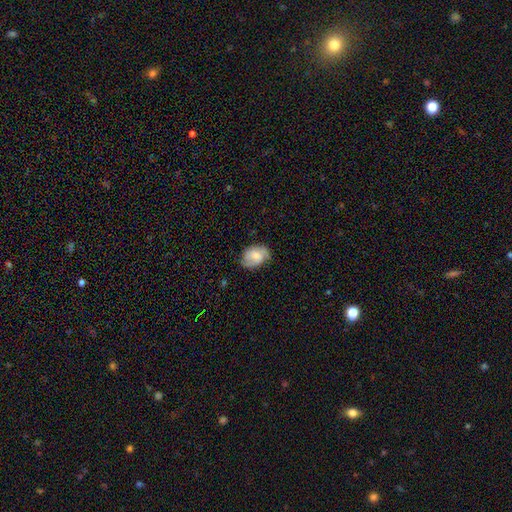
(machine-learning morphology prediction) smooth_or_featured: featured or disk (p=0.46) [tied with: smooth p=0.46]
merging: none (p=0.67) [alt: minor disturbance p=0.25]